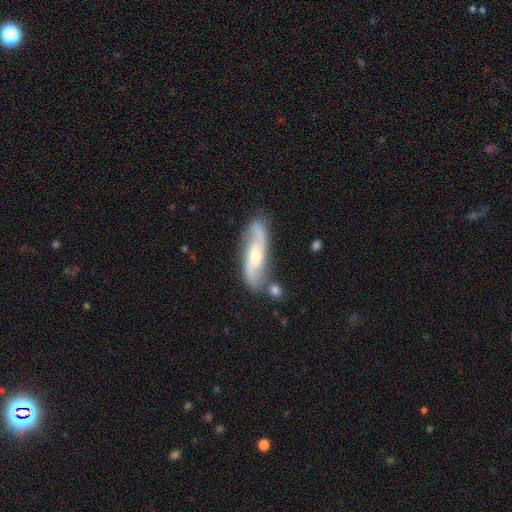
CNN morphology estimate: Q: Smooth or featured?
A: featured or disk (73%); runner-up: smooth (21%)
Q: Edge-on disk?
A: no (82%); runner-up: yes (18%)
Q: Bar?
A: no (54%); runner-up: weak (32%)
Q: Spiral arms?
A: yes (91%); runner-up: no (9%)
Q: Spiral winding?
A: loose (54%); runner-up: medium (33%)
Q: Spiral arm count?
A: 2 (88%); runner-up: can't tell (7%)
Q: Bulge size?
A: moderate (52%); runner-up: small (42%)
Q: Merging?
A: none (70%); runner-up: minor disturbance (16%)